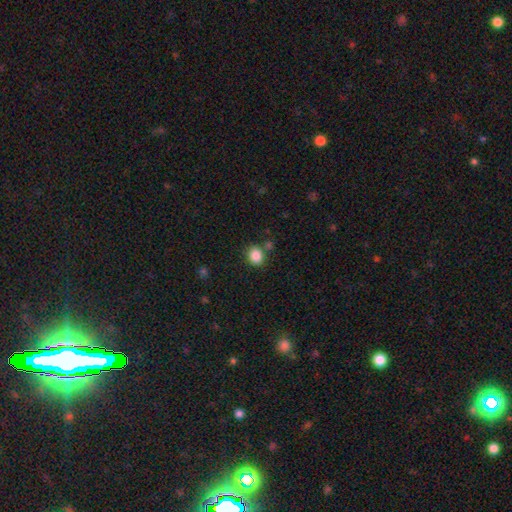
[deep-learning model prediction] smooth_or_featured: smooth (p=0.86) [alt: star or artifact p=0.10]
how_rounded: round (p=0.66) [alt: in between p=0.33]
merging: none (p=0.78) [alt: minor disturbance p=0.10]